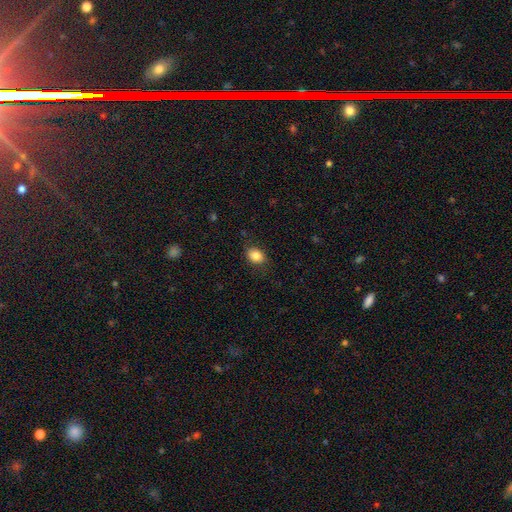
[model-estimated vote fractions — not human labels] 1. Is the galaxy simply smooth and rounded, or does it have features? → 85% smooth, 9% star or artifact, 6% featured or disk.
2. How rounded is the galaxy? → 68% in between, 31% round, 1% cigar-shaped.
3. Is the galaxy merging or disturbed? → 82% none, 13% minor disturbance, 4% major disturbance, 1% merger.